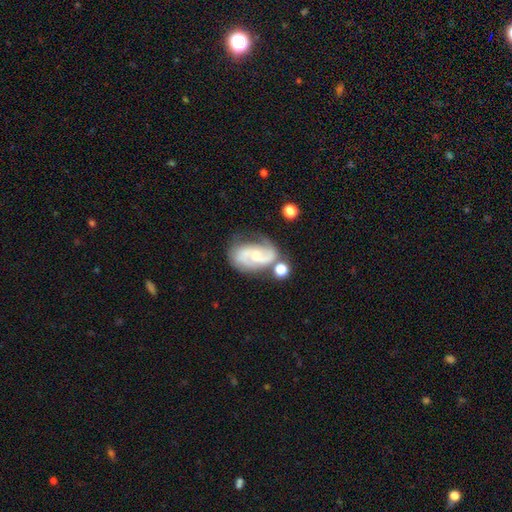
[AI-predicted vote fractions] Morphology: type=featured or disk (79%); edge-on=no (97%); bar=no (51%); spiral arms=yes (94%); winding=medium (49%); arm count=2 (79%); bulge=small (53%); merging=none (49%).